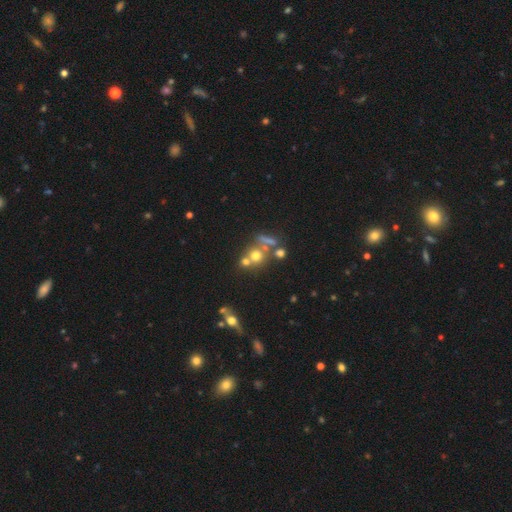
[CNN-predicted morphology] Smooth or featured?
  - smooth: 58% *
  - featured or disk: 22%
  - star or artifact: 20%
How rounded?
  - round: 82% *
  - in between: 15%
  - cigar-shaped: 2%
Merging?
  - none: 47% *
  - merger: 37%
  - minor disturbance: 9%
  - major disturbance: 6%